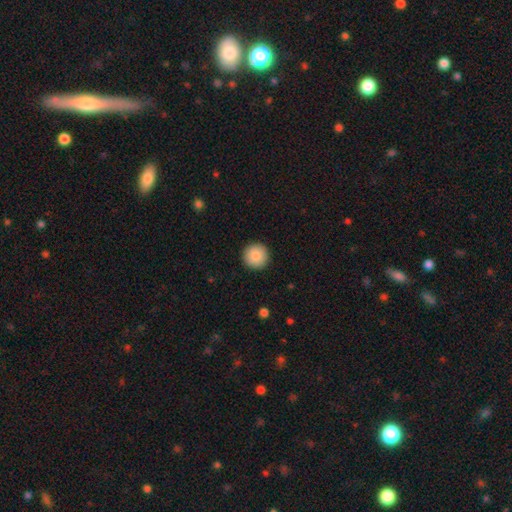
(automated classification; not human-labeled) Morphology: type=smooth (88%); roundness=round (96%); merging=none (93%).